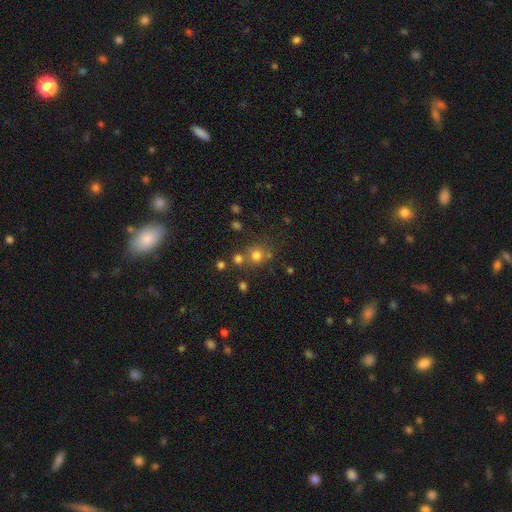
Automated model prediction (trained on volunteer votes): Smooth or featured: smooth — 73% (star or artifact — 19%)
How rounded: round — 88% (in between — 11%)
Merging: none — 67% (merger — 19%)